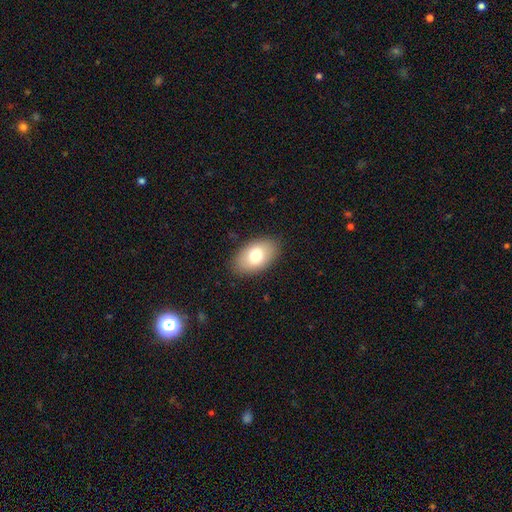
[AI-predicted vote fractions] smooth-or-featured: smooth: 74% | featured or disk: 19% | star or artifact: 7%
  how-rounded: in between: 92% | round: 7% | cigar-shaped: 1%
  merging: none: 86% | minor disturbance: 10% | major disturbance: 3% | merger: 1%